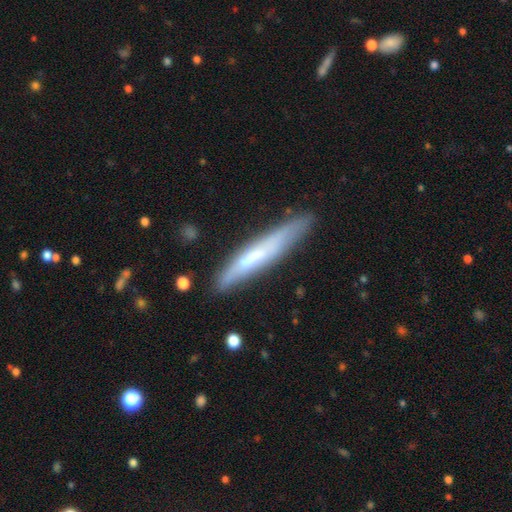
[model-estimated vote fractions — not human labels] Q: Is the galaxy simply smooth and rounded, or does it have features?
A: smooth — 47%.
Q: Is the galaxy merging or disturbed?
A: none — 79%.